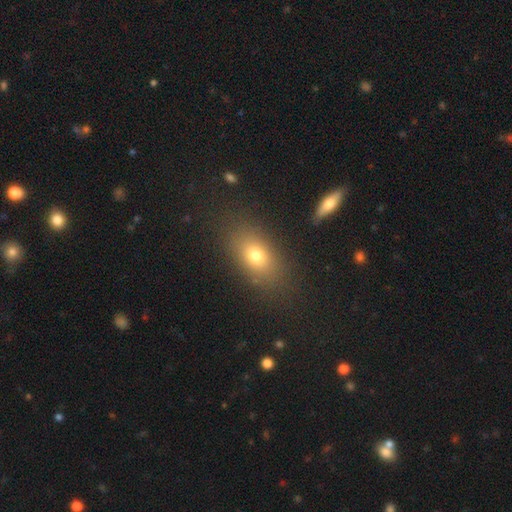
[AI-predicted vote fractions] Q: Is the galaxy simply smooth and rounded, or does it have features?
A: smooth — 73%.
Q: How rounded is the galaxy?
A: in between — 80%.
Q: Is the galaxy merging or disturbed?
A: none — 82%.